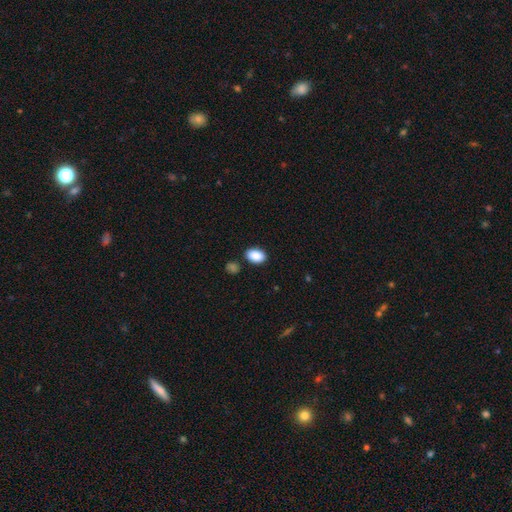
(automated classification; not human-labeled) smooth 89%, star or artifact 7%, featured or disk 3%. Down the decision tree: how rounded — in between (88%); merging — none (85%).